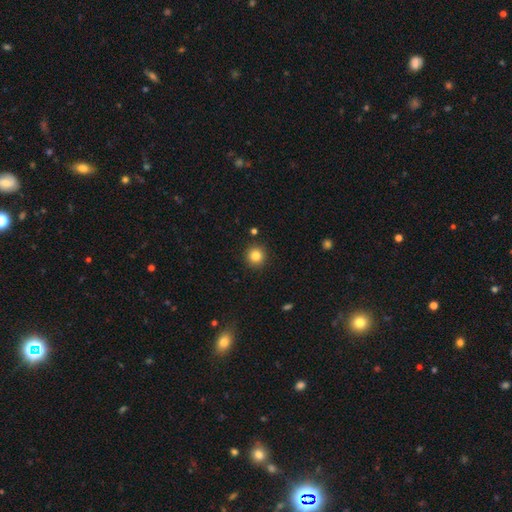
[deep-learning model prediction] Smooth or featured: smooth — 84% (star or artifact — 11%)
How rounded: round — 94% (in between — 5%)
Merging: none — 91% (minor disturbance — 6%)